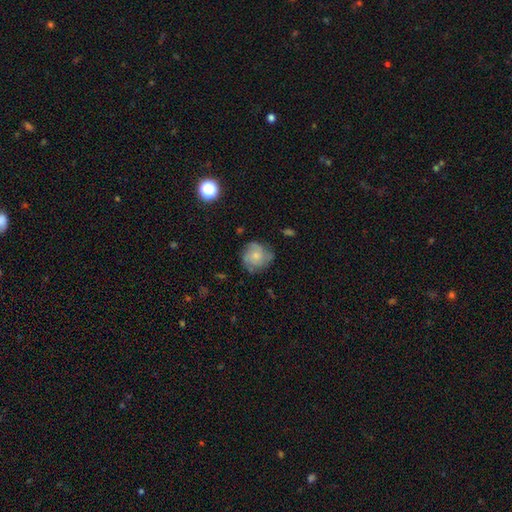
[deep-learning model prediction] This is possibly a featured or disk galaxy (46%). Merging: likely none (67%).